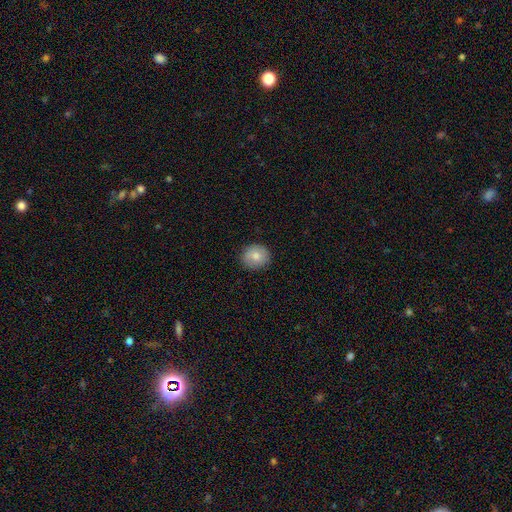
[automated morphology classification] Smooth or featured?
  - smooth: 80% *
  - featured or disk: 12%
  - star or artifact: 8%
How rounded?
  - round: 83% *
  - in between: 16%
  - cigar-shaped: 1%
Merging?
  - none: 87% *
  - minor disturbance: 10%
  - major disturbance: 2%
  - merger: 1%